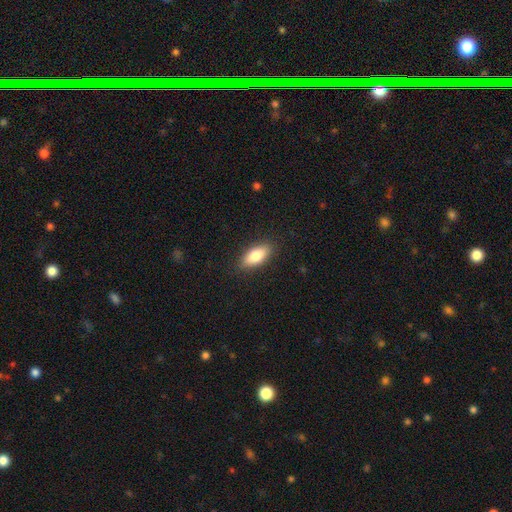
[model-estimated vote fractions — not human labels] Smooth or featured? Predicted: smooth (p=0.80). How rounded? Predicted: in between (p=0.80). Merging? Predicted: none (p=0.88).